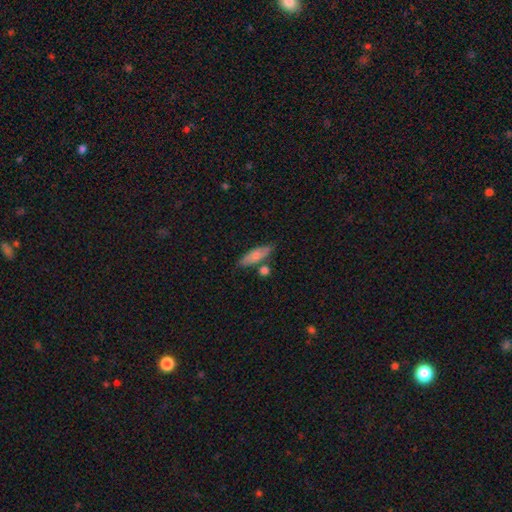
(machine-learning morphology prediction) Smooth or featured? Predicted: smooth (p=0.75). How rounded? Predicted: cigar-shaped (p=0.50). Merging? Predicted: none (p=0.70).